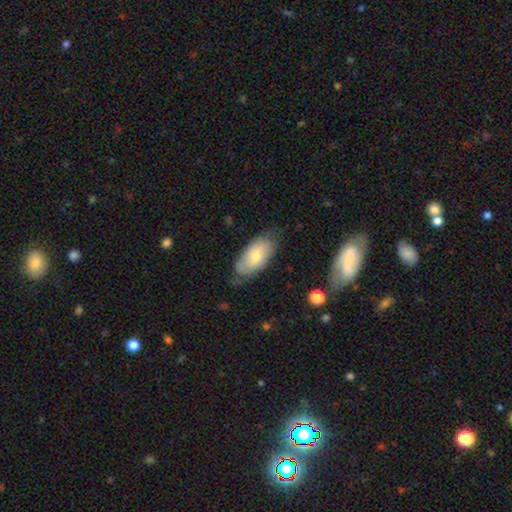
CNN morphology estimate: A smooth galaxy with no disk features (56%) that is in between round and cigar-shaped (92%). Merging: none (67%).